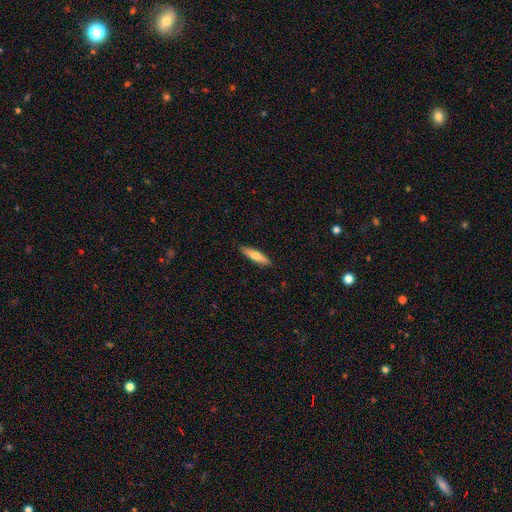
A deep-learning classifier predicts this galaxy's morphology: This is likely a smooth galaxy (67%). How rounded: likely cigar-shaped (76%). Merging: clearly none (89%).